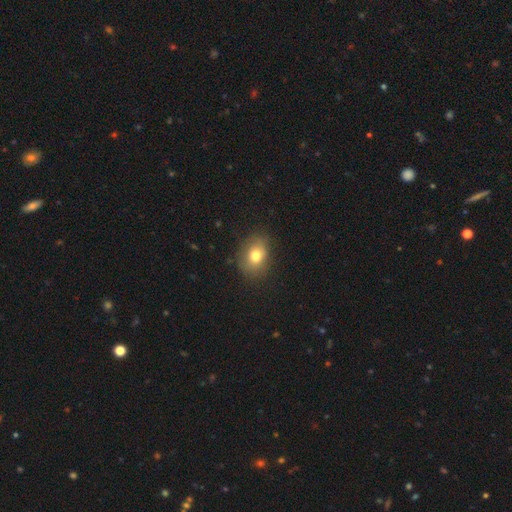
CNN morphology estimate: Overall: smooth (76%). How rounded: in between (61%; round 37%). Merging: none (79%).